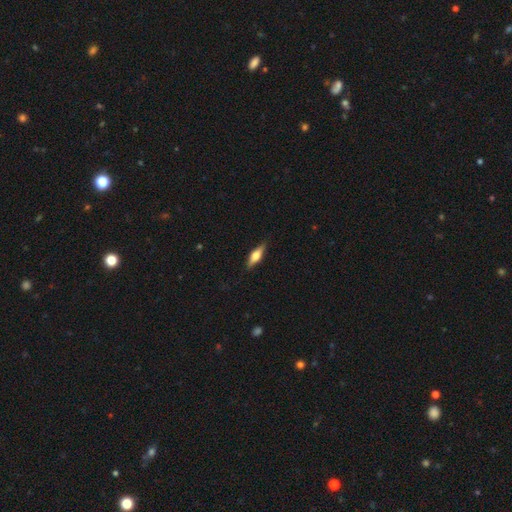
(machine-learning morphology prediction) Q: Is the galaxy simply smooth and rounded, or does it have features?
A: featured or disk — 48%.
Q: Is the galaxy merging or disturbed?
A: none — 86%.